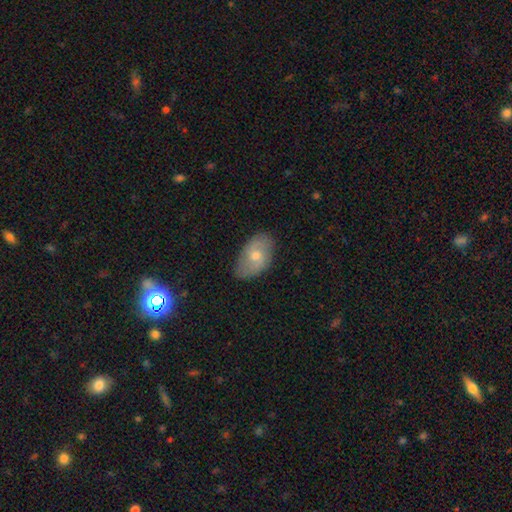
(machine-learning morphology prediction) A smooth galaxy with no disk features (50%).

Vote fractions:
- Smooth or featured? smooth: 50% / featured or disk: 41% / star or artifact: 9%
- Merging? none: 80% / minor disturbance: 16% / major disturbance: 3% / merger: 1%